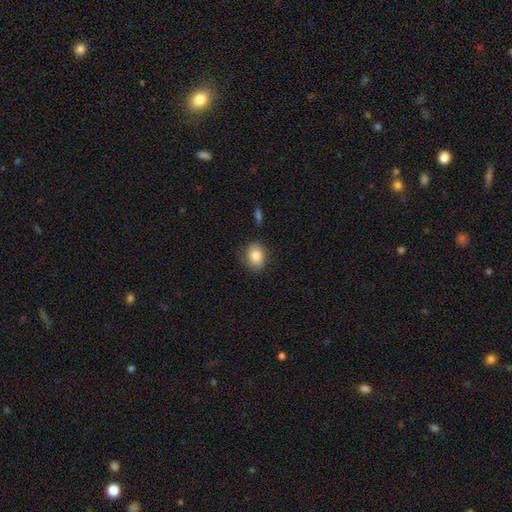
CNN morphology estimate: This appears to be a smooth galaxy with no disk features (83%) that is in between round and cigar-shaped (51%). Merging: none (80%).